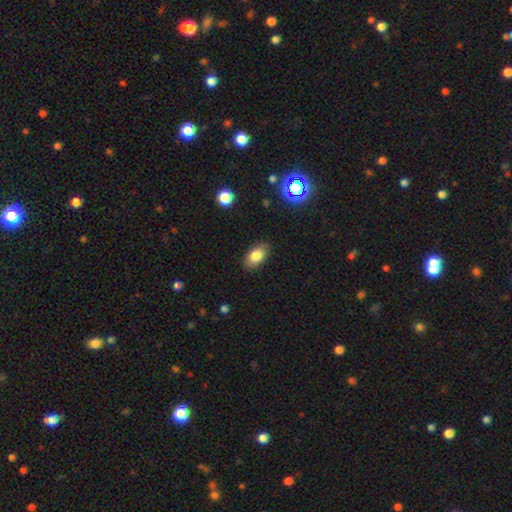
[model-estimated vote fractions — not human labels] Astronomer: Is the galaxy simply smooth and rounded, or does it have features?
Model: smooth — 81%.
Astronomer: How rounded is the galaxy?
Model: in between — 91%.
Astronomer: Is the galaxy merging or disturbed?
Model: none — 85%.